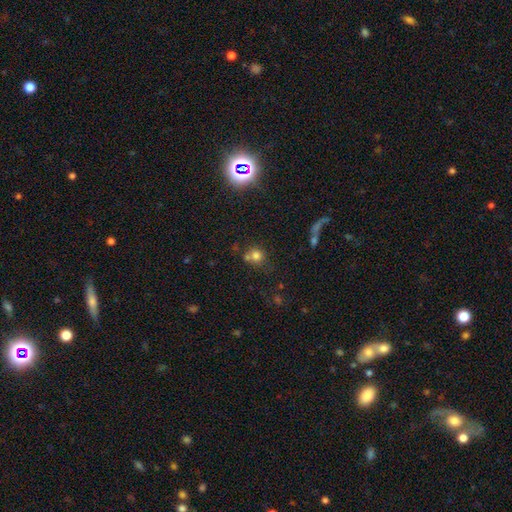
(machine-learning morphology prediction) Overall: smooth (74%). How rounded: round (84%). Merging: none (51%; merger 32%).